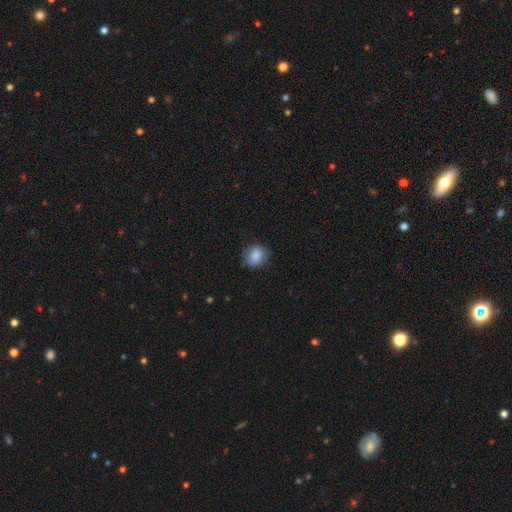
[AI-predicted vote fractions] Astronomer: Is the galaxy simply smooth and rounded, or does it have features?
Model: smooth — 80%.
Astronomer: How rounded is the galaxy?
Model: round — 51% (runner-up: in between, 48%).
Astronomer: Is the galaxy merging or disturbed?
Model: none — 79%.